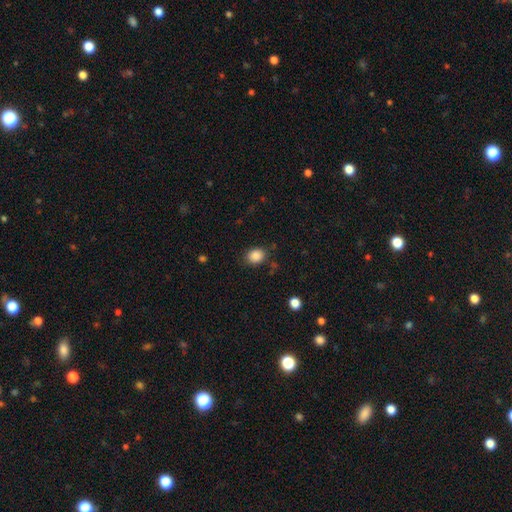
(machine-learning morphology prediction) Smooth or featured? Predicted: smooth (p=0.87). How rounded? Predicted: in between (p=0.55). Merging? Predicted: none (p=0.82).